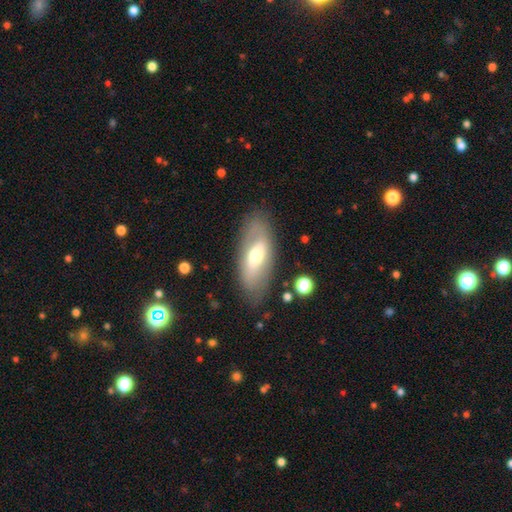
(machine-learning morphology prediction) type=smooth (47%); merging=none (80%).